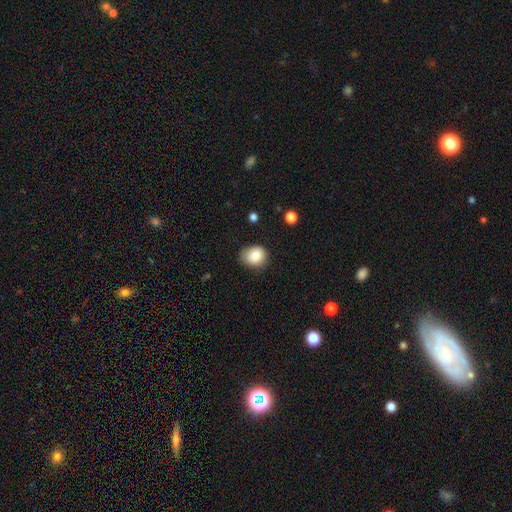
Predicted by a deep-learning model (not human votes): smooth_or_featured: smooth (p=0.84) [alt: star or artifact p=0.09]
how_rounded: round (p=0.62) [alt: in between p=0.37]
merging: none (p=0.73) [alt: minor disturbance p=0.21]